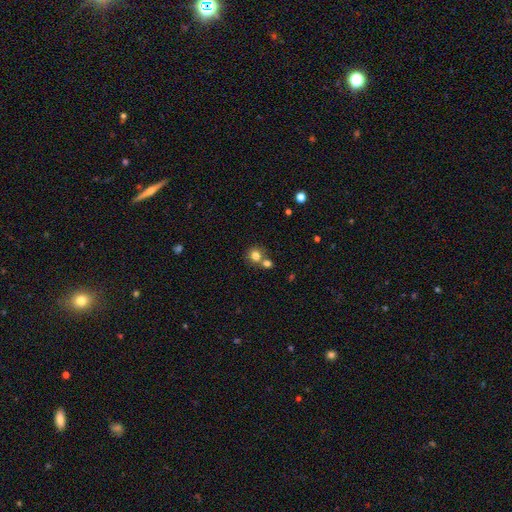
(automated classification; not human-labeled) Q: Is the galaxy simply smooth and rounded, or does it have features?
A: smooth — 80%.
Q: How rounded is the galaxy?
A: round — 84%.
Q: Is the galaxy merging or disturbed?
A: none — 55%.